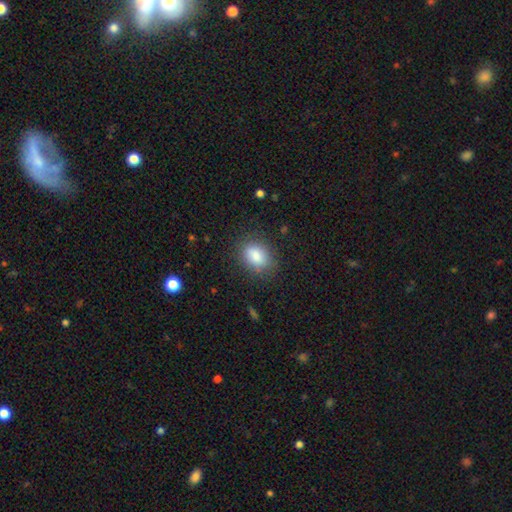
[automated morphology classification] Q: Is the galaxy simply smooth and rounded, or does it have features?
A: smooth — 86%.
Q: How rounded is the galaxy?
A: in between — 75%.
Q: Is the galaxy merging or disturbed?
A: none — 80%.